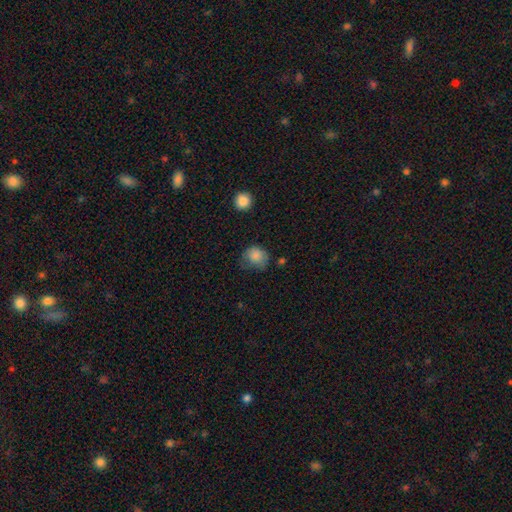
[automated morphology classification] smooth-or-featured: smooth: 82% | star or artifact: 9% | featured or disk: 8%
  how-rounded: round: 73% | in between: 26% | cigar-shaped: 1%
  merging: none: 51% | minor disturbance: 33% | major disturbance: 14% | merger: 3%